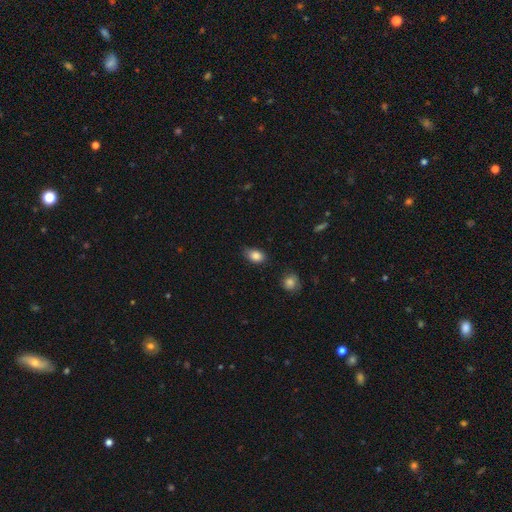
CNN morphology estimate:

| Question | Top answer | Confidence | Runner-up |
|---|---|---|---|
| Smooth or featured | smooth | 86% | star or artifact (9%) |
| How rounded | in between | 81% | round (17%) |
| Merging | none | 73% | minor disturbance (22%) |